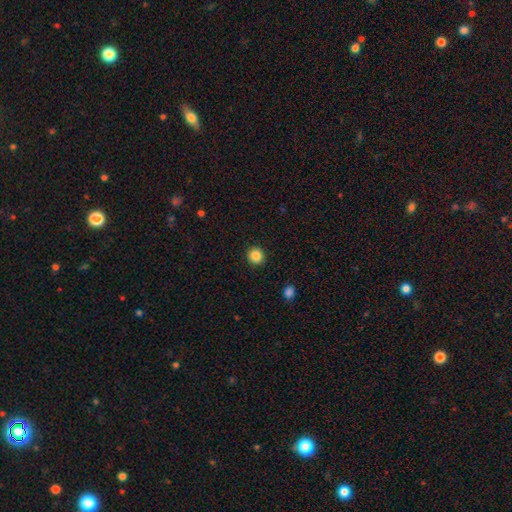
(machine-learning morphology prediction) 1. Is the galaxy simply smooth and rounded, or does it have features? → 86% smooth, 10% star or artifact, 4% featured or disk.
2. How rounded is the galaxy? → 92% round, 8% in between, 1% cigar-shaped.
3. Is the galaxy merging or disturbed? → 92% none, 5% minor disturbance, 2% major disturbance, 1% merger.